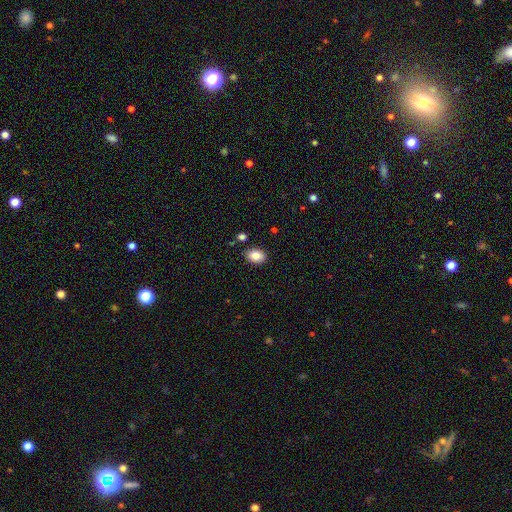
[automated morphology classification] Q: Smooth or featured?
A: smooth (85%); runner-up: star or artifact (9%)
Q: How rounded?
A: in between (75%); runner-up: round (24%)
Q: Merging?
A: none (86%); runner-up: minor disturbance (9%)